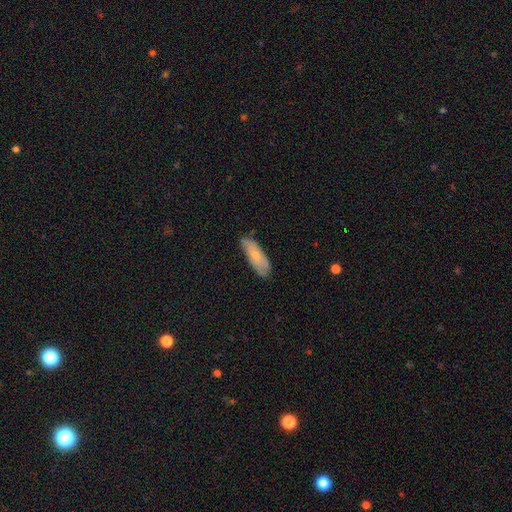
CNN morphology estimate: smooth 66%, featured or disk 28%, star or artifact 6%. Down the decision tree: how rounded — in between (65%); merging — none (73%).